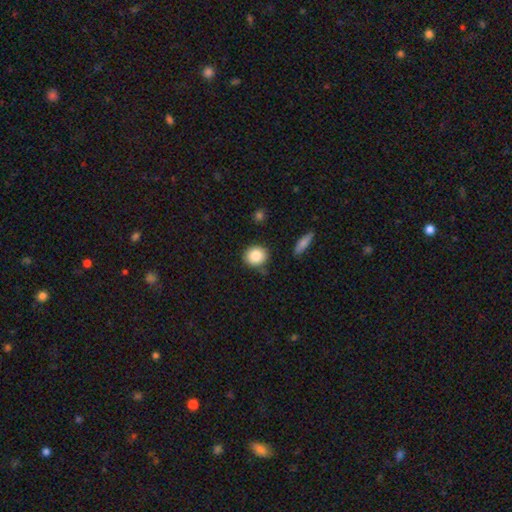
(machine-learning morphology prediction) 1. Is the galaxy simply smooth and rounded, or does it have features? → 85% smooth, 8% star or artifact, 7% featured or disk.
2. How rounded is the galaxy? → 81% round, 18% in between, 1% cigar-shaped.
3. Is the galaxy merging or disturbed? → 82% none, 11% minor disturbance, 4% merger, 3% major disturbance.